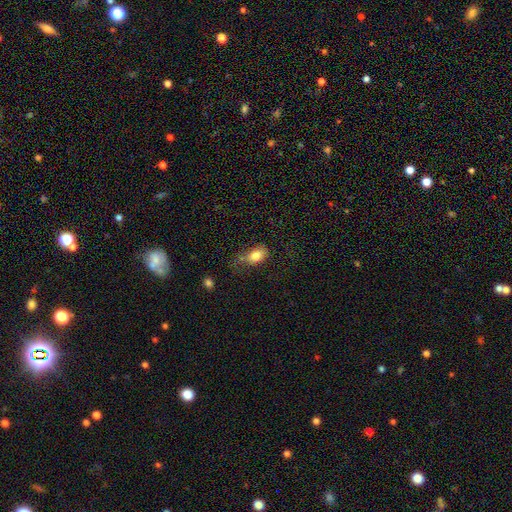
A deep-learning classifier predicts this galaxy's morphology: A smooth galaxy with no disk features (81%) that is in between round and cigar-shaped (87%). Merging: none (43%).